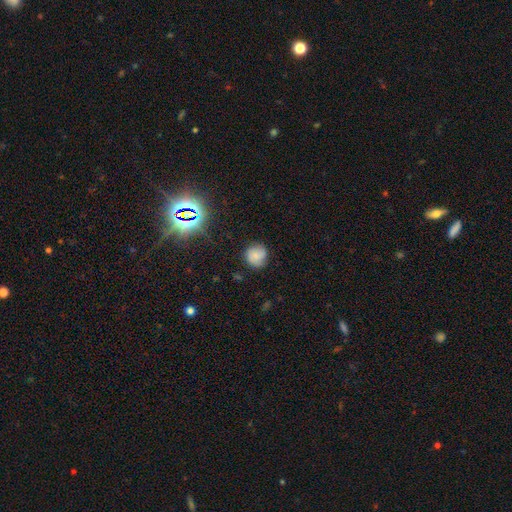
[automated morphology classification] type=smooth (64%); roundness=round (89%); merging=none (76%).